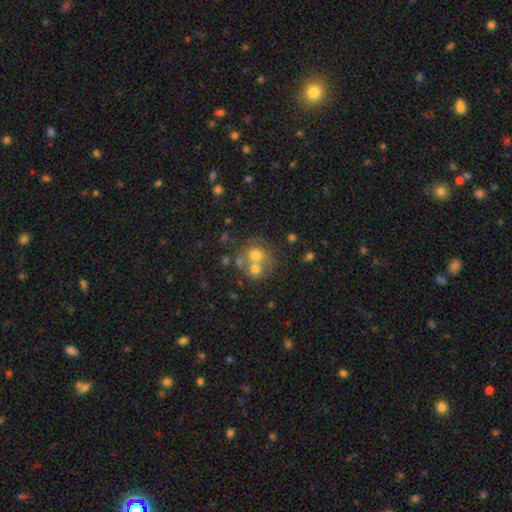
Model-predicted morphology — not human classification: A smooth galaxy with no disk features (55%) that is round (76%). Merging: merger (47%).